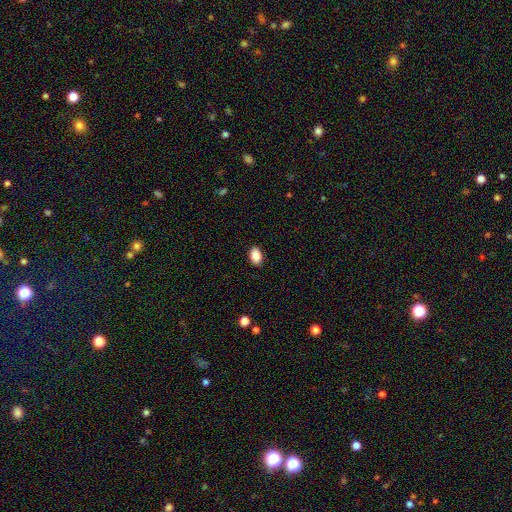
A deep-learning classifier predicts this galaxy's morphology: Smooth or featured: smooth — 89% (star or artifact — 8%)
How rounded: in between — 89% (round — 10%)
Merging: none — 89% (minor disturbance — 8%)